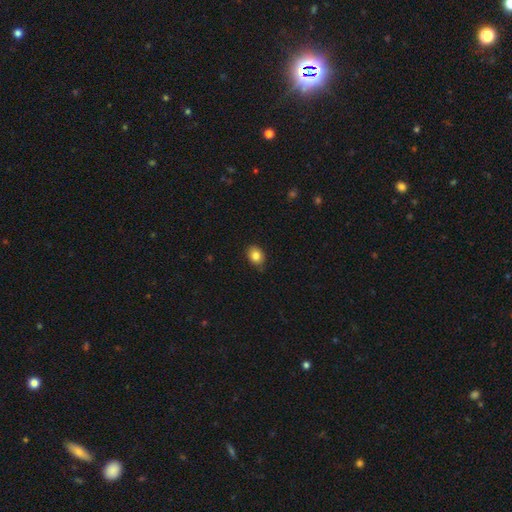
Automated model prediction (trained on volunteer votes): Smooth or featured? Predicted: smooth (p=0.84). How rounded? Predicted: in between (p=0.55). Merging? Predicted: none (p=0.81).